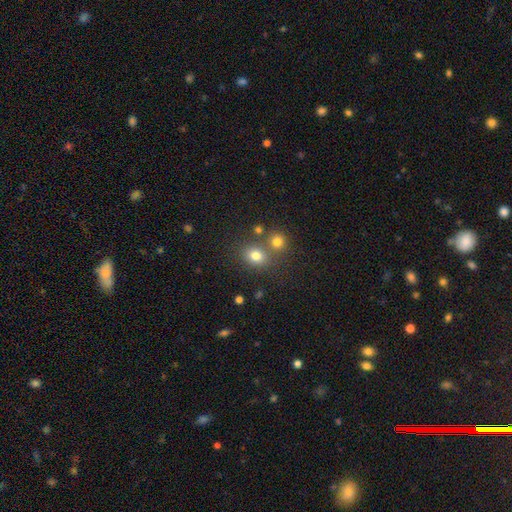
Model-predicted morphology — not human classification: Q: Smooth or featured?
A: smooth (77%); runner-up: star or artifact (15%)
Q: How rounded?
A: round (63%); runner-up: in between (36%)
Q: Merging?
A: none (63%); runner-up: merger (24%)